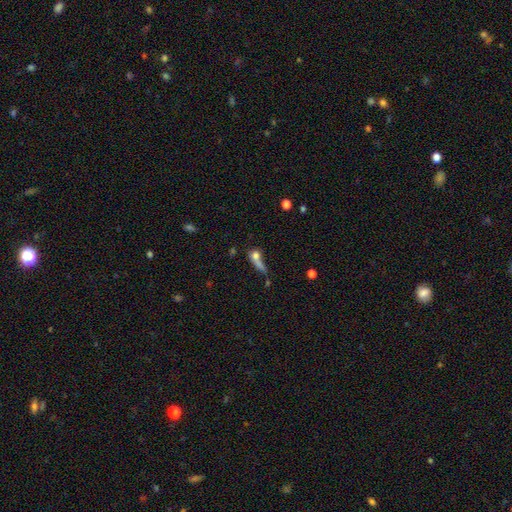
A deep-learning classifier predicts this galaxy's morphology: This appears to be a smooth galaxy with no disk features (59%) that is round (37%). Merging: none (31%).